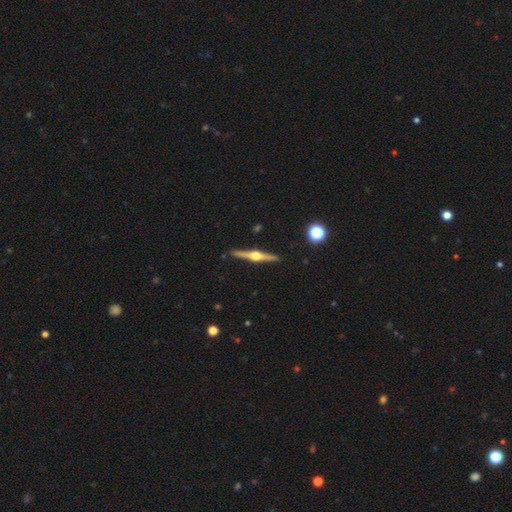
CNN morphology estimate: A featured or disk galaxy (85%) viewed edge-on (99%) with a rounded central bulge (96%). Merging: none (91%).